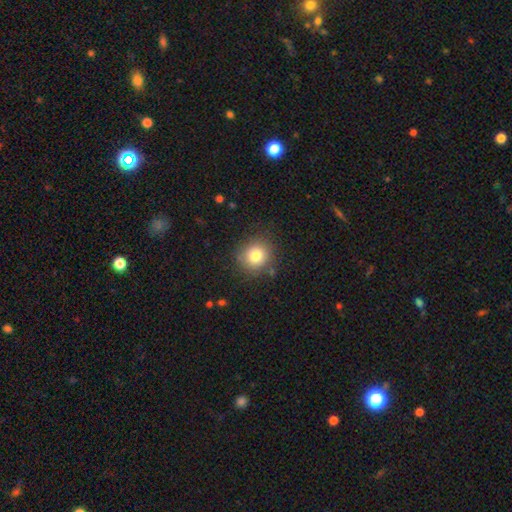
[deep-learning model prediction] Overall: smooth (80%). How rounded: round (88%). Merging: none (85%).